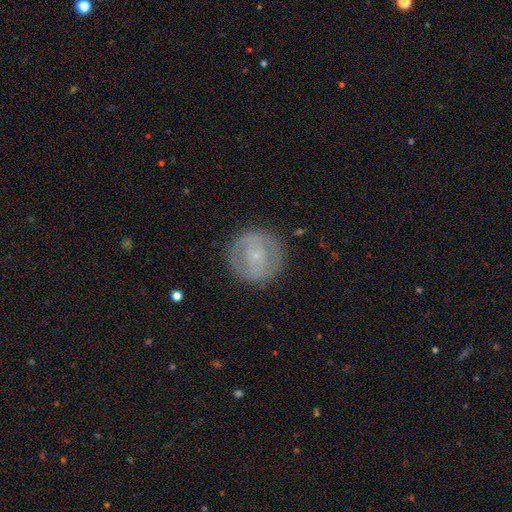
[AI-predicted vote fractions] featured or disk 56%, smooth 36%, star or artifact 7%. Down the decision tree: edge-on disk — no (96%); bar — no (64%); spiral arms — no (54%); bulge size — small (80%); merging — none (84%).